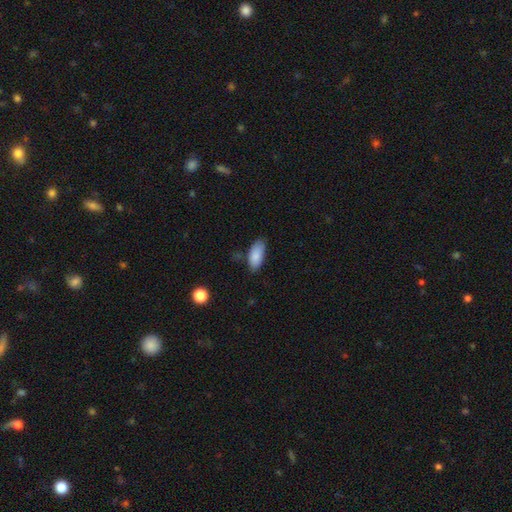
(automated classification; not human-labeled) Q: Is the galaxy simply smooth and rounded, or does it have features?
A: smooth — 86%.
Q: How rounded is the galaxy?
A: in between — 88%.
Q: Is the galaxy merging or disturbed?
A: none — 72%.